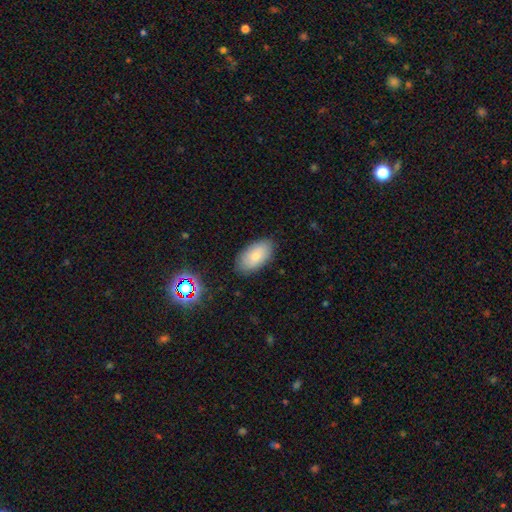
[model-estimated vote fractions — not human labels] The model was most divided on "smooth or featured": smooth: 81%, featured or disk: 12%, star or artifact: 8%. More confident: how rounded — in between (95%); merging — none (85%).